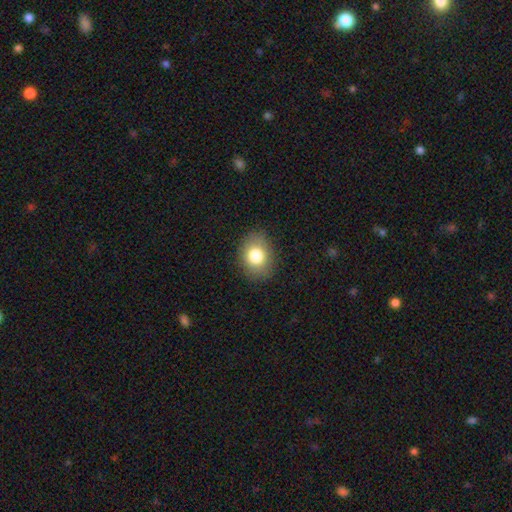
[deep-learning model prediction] A smooth galaxy with no disk features (80%) that is in between round and cigar-shaped (57%). Merging: none (85%).